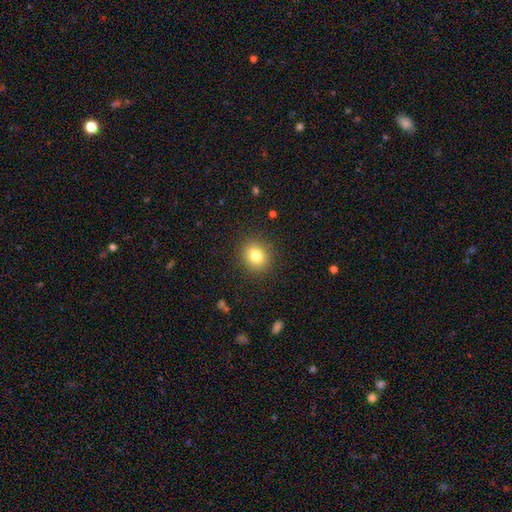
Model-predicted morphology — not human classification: smooth-or-featured: smooth: 80% | star or artifact: 12% | featured or disk: 8%
  how-rounded: round: 73% | in between: 26% | cigar-shaped: 1%
  merging: none: 89% | minor disturbance: 7% | major disturbance: 3% | merger: 1%